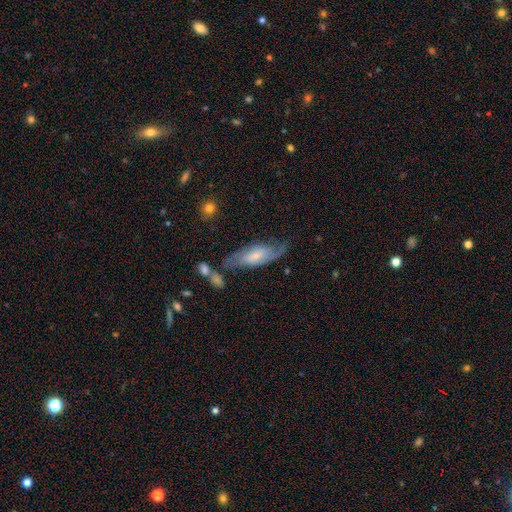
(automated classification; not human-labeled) Smooth or featured?
  - featured or disk: 68% *
  - smooth: 25%
  - star or artifact: 6%
Edge-on disk?
  - no: 85% *
  - yes: 15%
Bar?
  - no: 44% *
  - weak: 42%
  - strong: 14%
Spiral arms?
  - yes: 91% *
  - no: 9%
Spiral winding?
  - medium: 44% *
  - loose: 32%
  - tight: 24%
Spiral arm count?
  - 2: 77% *
  - can't tell: 14%
  - 1: 5%
  - 3: 2%
  - 4: 1%
  - more than 4: 1%
Bulge size?
  - small: 41% *
  - moderate: 36%
  - none: 11%
  - large: 10%
  - dominant: 2%
Merging?
  - none: 60% *
  - minor disturbance: 22%
  - major disturbance: 11%
  - merger: 7%